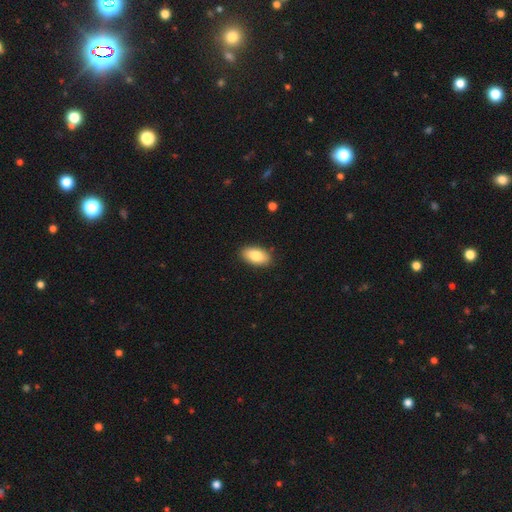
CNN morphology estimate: smooth-or-featured: smooth: 84% | featured or disk: 10% | star or artifact: 7%
  how-rounded: in between: 94% | round: 4% | cigar-shaped: 3%
  merging: none: 89% | minor disturbance: 8% | major disturbance: 2% | merger: 1%